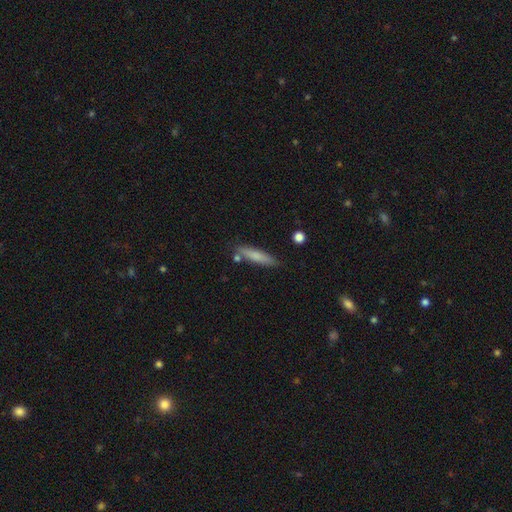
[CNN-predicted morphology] This appears to be a smooth galaxy with no disk features (75%) that is cigar-shaped (84%). Merging: none (79%).